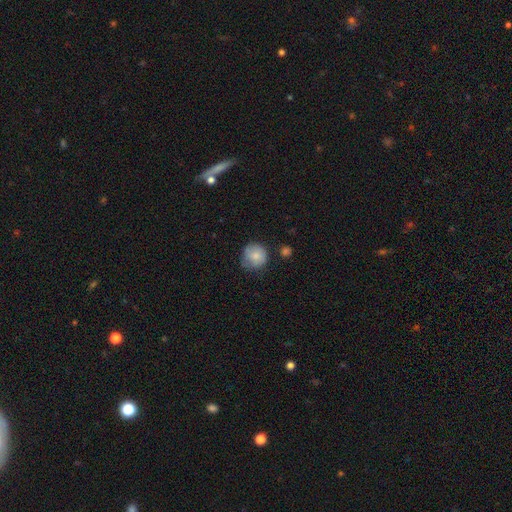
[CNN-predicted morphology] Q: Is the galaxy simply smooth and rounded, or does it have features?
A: smooth — 81%.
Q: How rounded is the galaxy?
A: round — 88%.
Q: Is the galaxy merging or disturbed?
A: none — 63%.